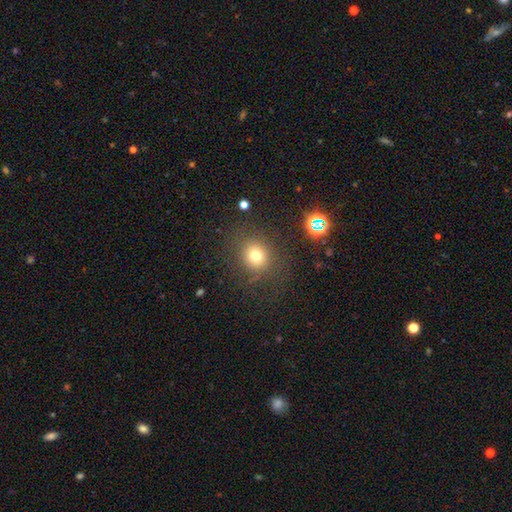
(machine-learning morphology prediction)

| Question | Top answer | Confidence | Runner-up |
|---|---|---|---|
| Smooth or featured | smooth | 73% | star or artifact (18%) |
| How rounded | round | 84% | in between (15%) |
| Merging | none | 82% | minor disturbance (10%) |